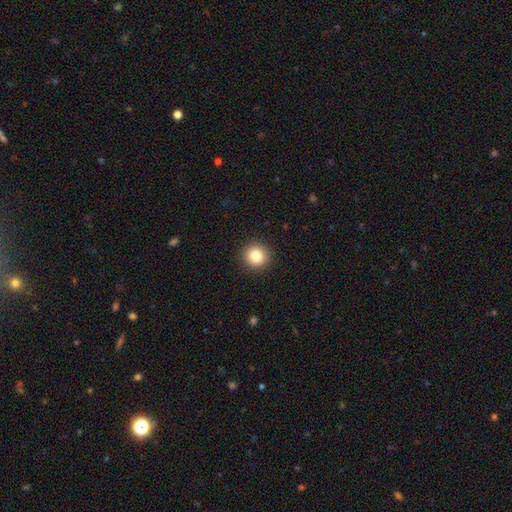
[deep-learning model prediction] This is clearly a smooth galaxy (83%). How rounded: clearly round (91%). Merging: clearly none (91%).